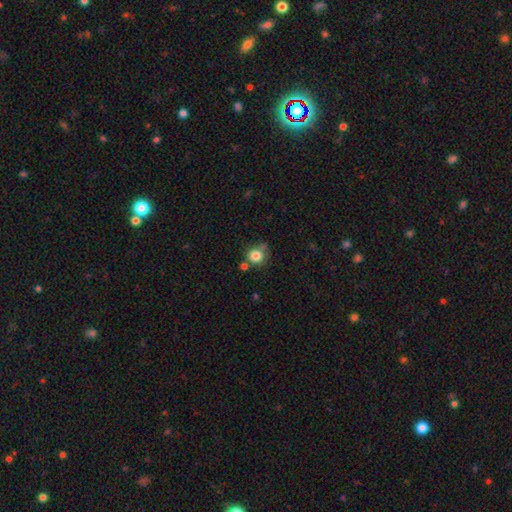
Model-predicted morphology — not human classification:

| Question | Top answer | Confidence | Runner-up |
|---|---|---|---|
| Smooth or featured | smooth | 82% | star or artifact (11%) |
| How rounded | round | 88% | in between (11%) |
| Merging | none | 62% | minor disturbance (18%) |